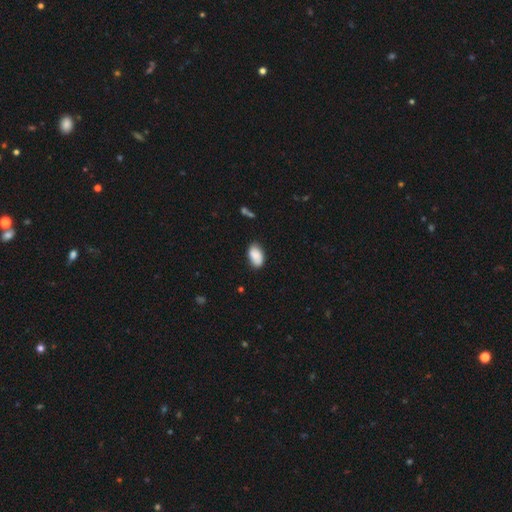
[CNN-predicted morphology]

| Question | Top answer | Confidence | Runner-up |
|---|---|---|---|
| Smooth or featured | smooth | 83% | featured or disk (10%) |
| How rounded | in between | 94% | round (5%) |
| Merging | none | 76% | minor disturbance (18%) |